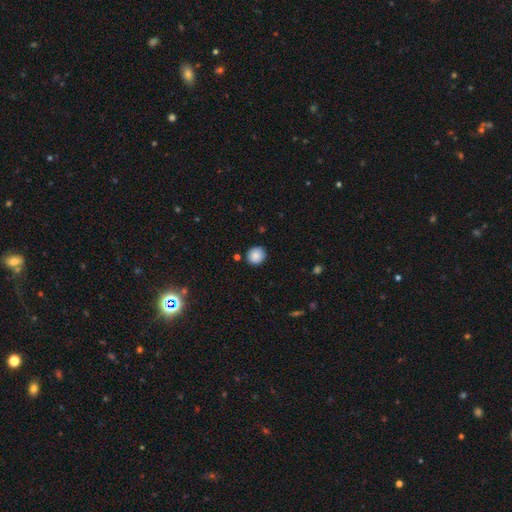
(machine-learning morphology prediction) type=smooth (87%); roundness=round (87%); merging=none (88%).